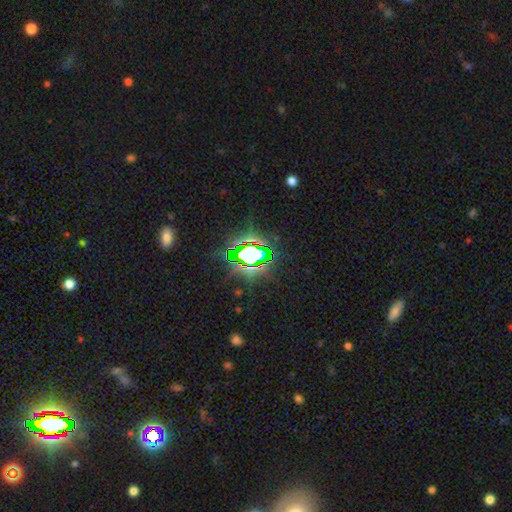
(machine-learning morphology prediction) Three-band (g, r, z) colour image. It shows a star or artifact, not a galaxy (81%).